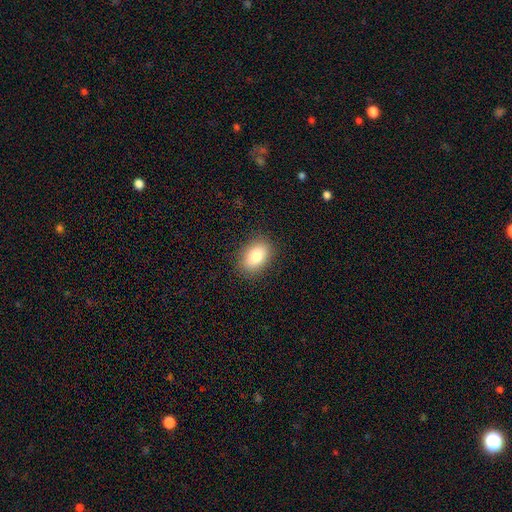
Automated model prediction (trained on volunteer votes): Smooth or featured? Predicted: smooth (p=0.83). How rounded? Predicted: in between (p=0.85). Merging? Predicted: none (p=0.87).